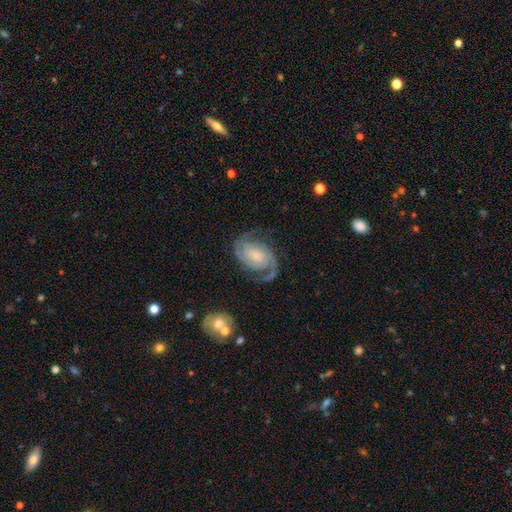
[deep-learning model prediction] This is clearly a featured or disk galaxy (92%). It is clearly not viewed edge-on (98%). Bar: possibly no (58%). Spiral arm pattern: clearly yes (99%). Spiral arm count: clearly 2 (87%). Spiral winding: possibly tight (55%). Central bulge: possibly small (56%). Merging: likely none (78%).